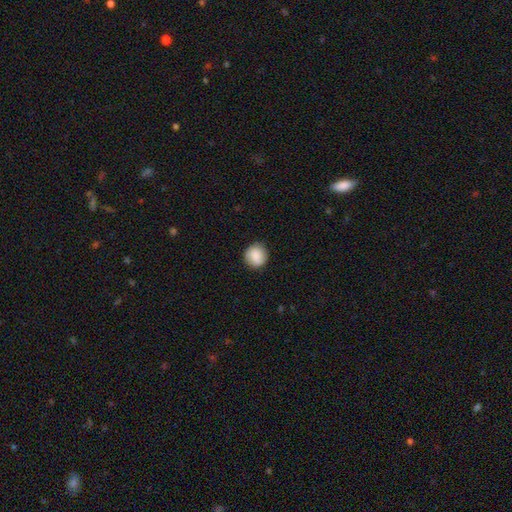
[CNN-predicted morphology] Q: Smooth or featured?
A: smooth (85%); runner-up: featured or disk (8%)
Q: How rounded?
A: round (89%); runner-up: in between (10%)
Q: Merging?
A: none (87%); runner-up: minor disturbance (10%)